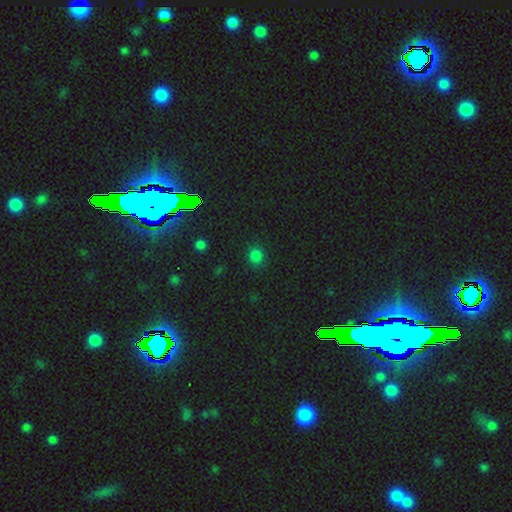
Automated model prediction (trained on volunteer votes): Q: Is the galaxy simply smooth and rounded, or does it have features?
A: smooth — 78%.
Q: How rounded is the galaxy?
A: round — 81%.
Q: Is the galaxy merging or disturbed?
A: none — 88%.